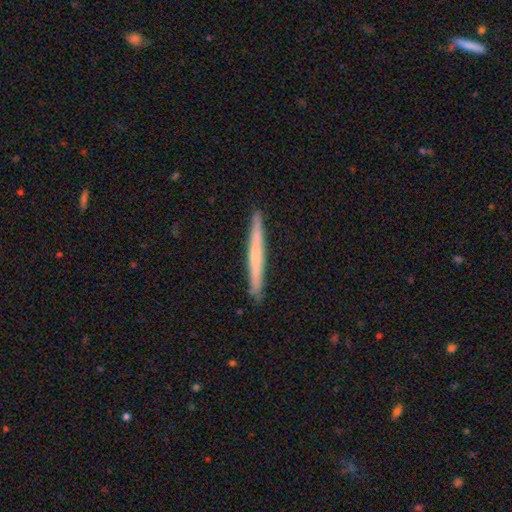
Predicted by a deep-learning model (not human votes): Smooth or featured? Predicted: smooth (p=0.51). How rounded? Predicted: cigar-shaped (p=0.97). Merging? Predicted: none (p=0.91).